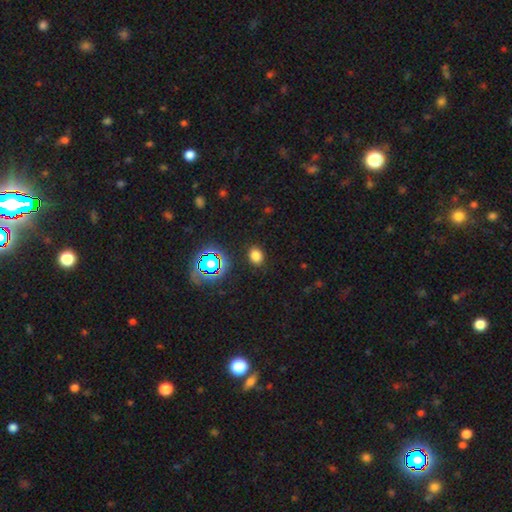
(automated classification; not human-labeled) Smooth or featured: smooth — 74% (star or artifact — 21%)
How rounded: in between — 57% (round — 42%)
Merging: none — 87% (minor disturbance — 8%)